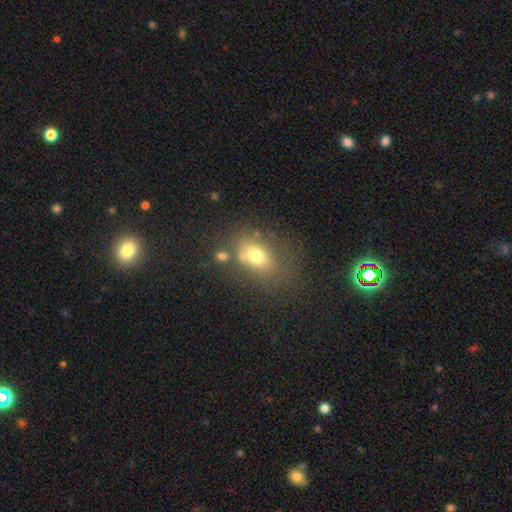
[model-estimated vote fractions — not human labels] Q: Smooth or featured?
A: smooth (70%); runner-up: featured or disk (17%)
Q: How rounded?
A: in between (72%); runner-up: round (26%)
Q: Merging?
A: none (54%); runner-up: minor disturbance (19%)